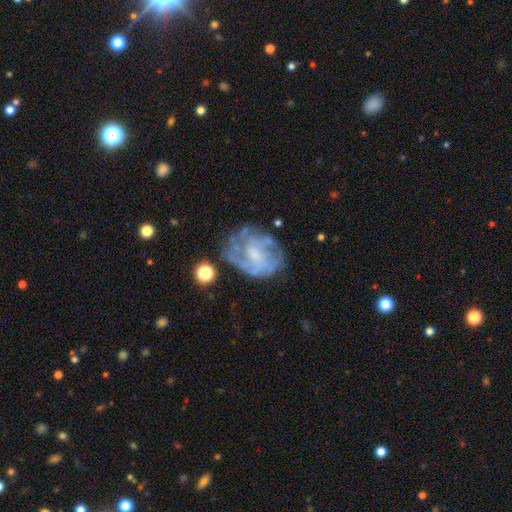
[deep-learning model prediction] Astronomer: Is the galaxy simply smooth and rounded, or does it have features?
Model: featured or disk — 72%.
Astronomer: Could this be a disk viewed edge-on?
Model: no — 97%.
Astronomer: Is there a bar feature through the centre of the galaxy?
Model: no — 60%.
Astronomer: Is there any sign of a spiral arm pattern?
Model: yes — 74%.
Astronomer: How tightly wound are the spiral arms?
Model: tight — 45% (runner-up: medium, 38%).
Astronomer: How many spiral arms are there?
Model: can't tell — 47% (runner-up: 2, 22%).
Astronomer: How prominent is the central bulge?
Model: small — 39% (runner-up: moderate, 31%).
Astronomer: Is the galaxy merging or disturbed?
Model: none — 61%.